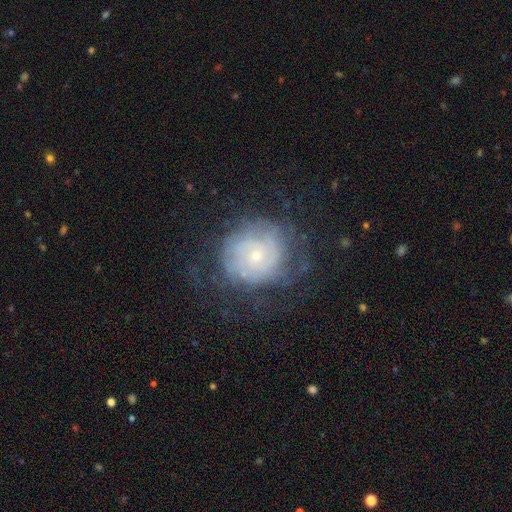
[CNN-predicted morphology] Smooth or featured: featured or disk — 65% (smooth — 26%)
Edge-on disk: no — 97% (yes — 3%)
Bar: no — 79% (weak — 18%)
Spiral arms: yes — 79% (no — 21%)
Spiral winding: tight — 67% (medium — 23%)
Spiral arm count: can't tell — 58% (2 — 17%)
Bulge size: small — 70% (moderate — 25%)
Merging: none — 64% (minor disturbance — 19%)